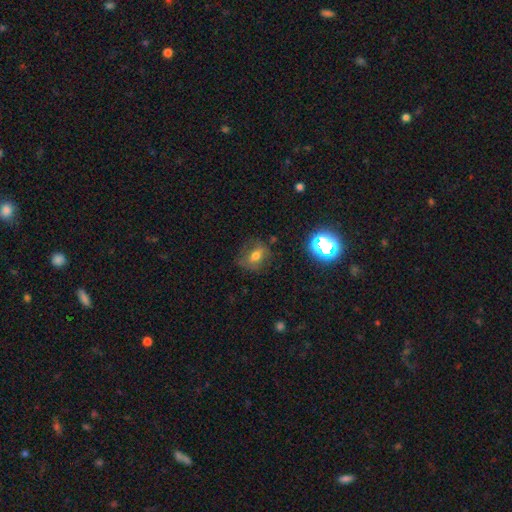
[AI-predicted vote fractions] Morphology: type=smooth (55%); roundness=in between (54%); merging=none (62%).